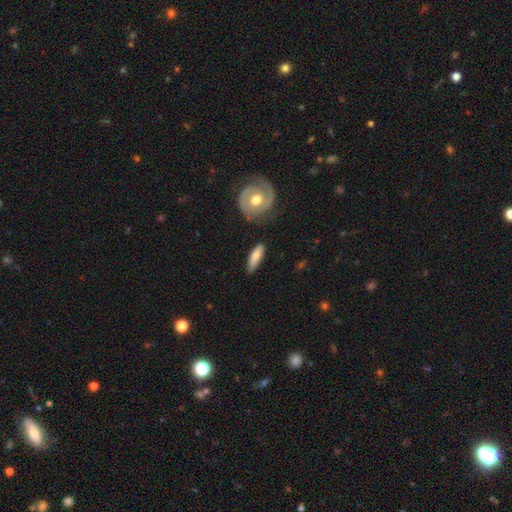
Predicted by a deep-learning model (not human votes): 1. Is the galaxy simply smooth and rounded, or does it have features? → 70% smooth, 24% featured or disk, 6% star or artifact.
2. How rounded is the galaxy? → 55% cigar-shaped, 42% in between, 3% round.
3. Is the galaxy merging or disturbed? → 77% none, 16% minor disturbance, 4% merger, 3% major disturbance.